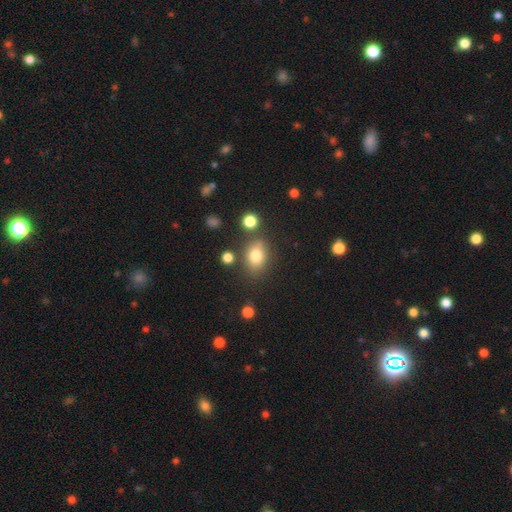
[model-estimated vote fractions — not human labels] Smooth or featured? Predicted: smooth (p=0.77). How rounded? Predicted: in between (p=0.67). Merging? Predicted: none (p=0.73).